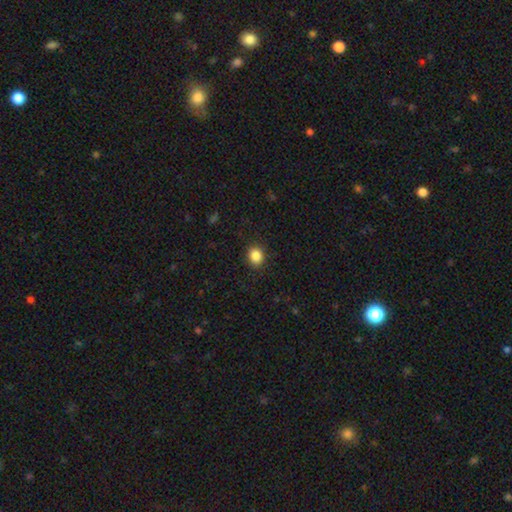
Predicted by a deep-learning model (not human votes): This appears to be a smooth galaxy with no disk features (86%) that is round (71%). Merging: none (89%).